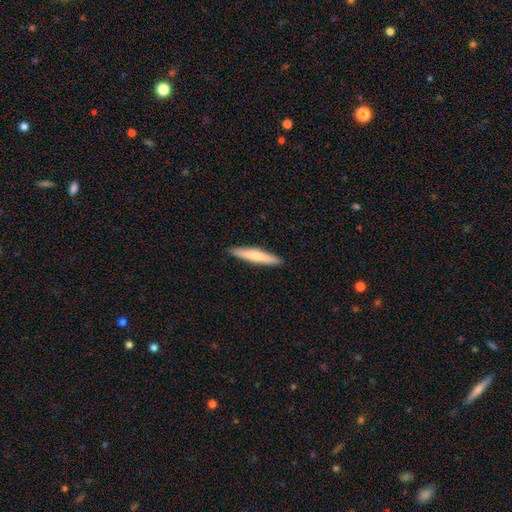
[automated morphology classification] Smooth or featured? smooth (69%)
How rounded? cigar-shaped (93%)
Merging? none (91%)